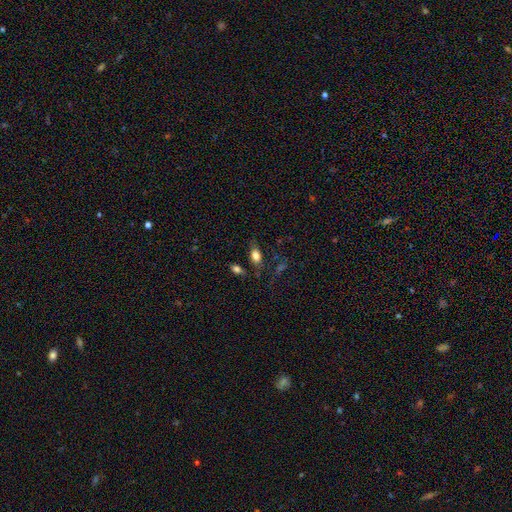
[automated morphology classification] This appears to be a smooth galaxy with no disk features (80%) that is in between round and cigar-shaped (87%). Merging: none (72%).